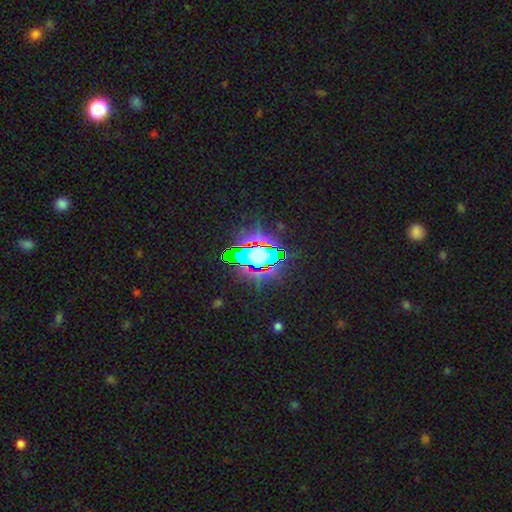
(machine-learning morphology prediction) type=star or artifact (69%).